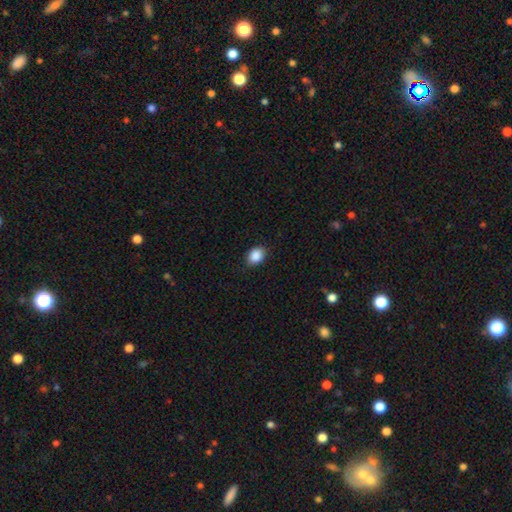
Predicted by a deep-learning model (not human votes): The model was most divided on "how rounded": in between: 67%, round: 32%, cigar-shaped: 1%. More confident: smooth or featured — smooth (89%); merging — none (88%).